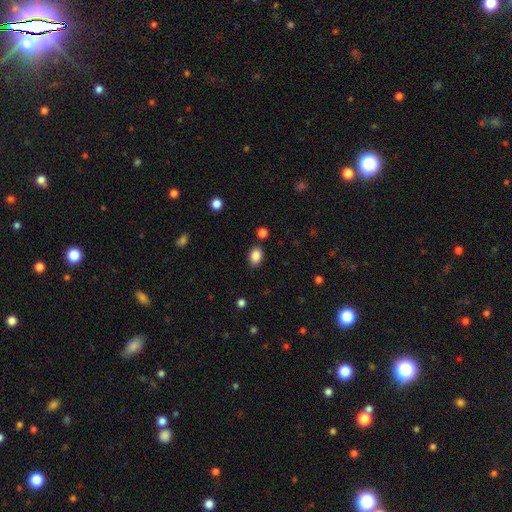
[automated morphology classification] Overall: smooth (87%). How rounded: in between (77%). Merging: none (83%).